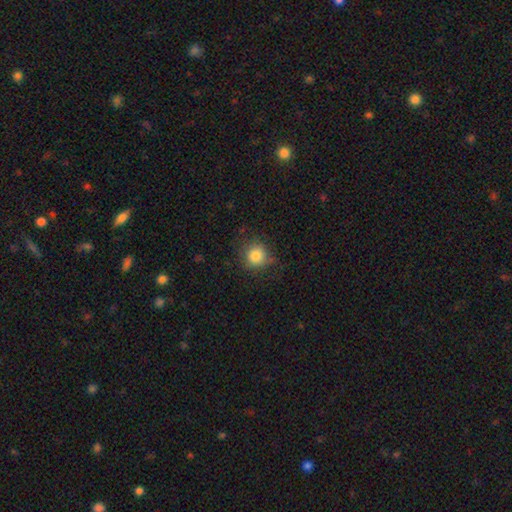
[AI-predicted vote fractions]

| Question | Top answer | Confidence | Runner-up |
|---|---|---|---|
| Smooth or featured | smooth | 82% | star or artifact (11%) |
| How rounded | round | 91% | in between (8%) |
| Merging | none | 77% | minor disturbance (17%) |